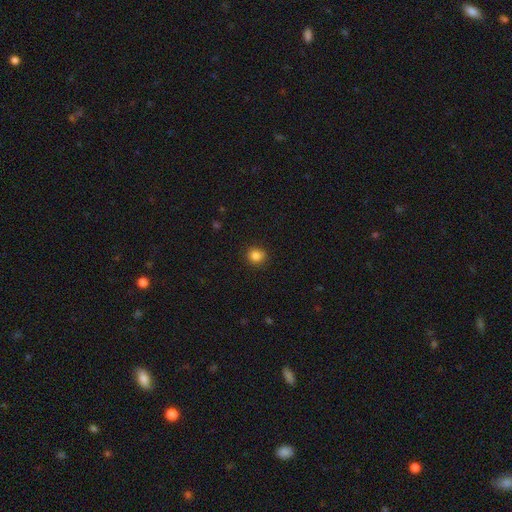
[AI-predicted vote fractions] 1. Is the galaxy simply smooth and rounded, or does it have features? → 85% smooth, 11% star or artifact, 4% featured or disk.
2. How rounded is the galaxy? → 86% round, 13% in between, 1% cigar-shaped.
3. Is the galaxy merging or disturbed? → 88% none, 8% minor disturbance, 2% major disturbance, 1% merger.